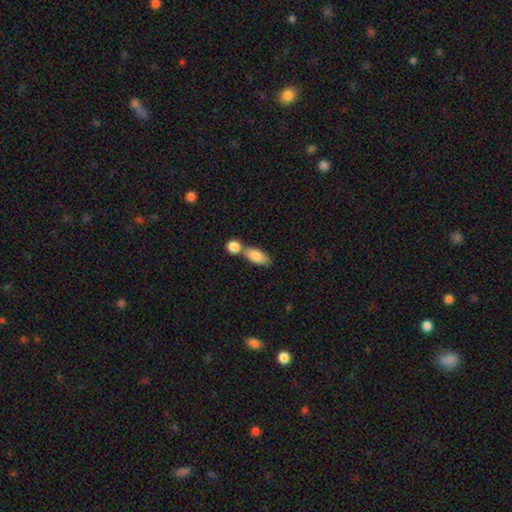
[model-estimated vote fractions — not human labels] Smooth or featured? Predicted: smooth (p=0.83). How rounded? Predicted: in between (p=0.83). Merging? Predicted: merger (p=0.53).